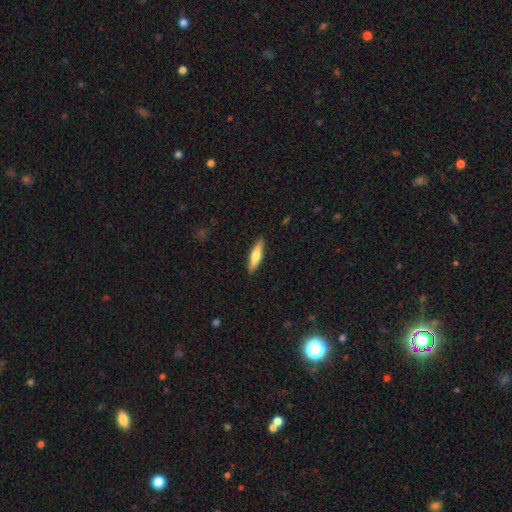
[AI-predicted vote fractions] Smooth or featured: smooth — 69% (featured or disk — 25%)
How rounded: cigar-shaped — 68% (in between — 30%)
Merging: none — 88% (minor disturbance — 9%)